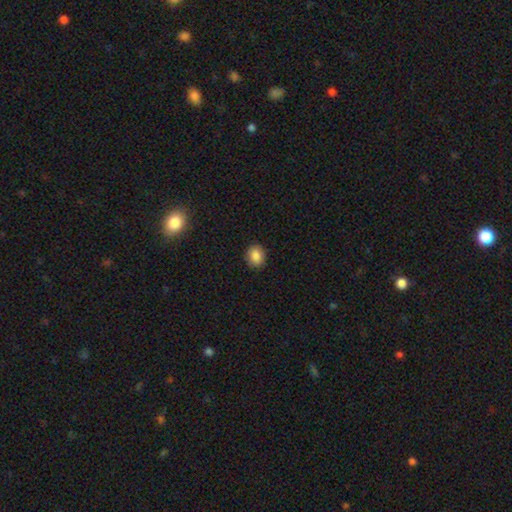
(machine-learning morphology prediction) Smooth or featured? Predicted: smooth (p=0.86). How rounded? Predicted: round (p=0.60). Merging? Predicted: none (p=0.88).